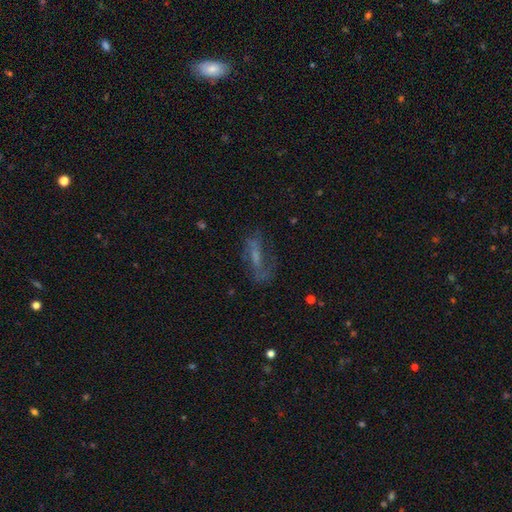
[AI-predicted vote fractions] Overall: featured or disk (56%; smooth 28%). Edge-on disk: no (80%). Merging: none (58%; major disturbance 20%).